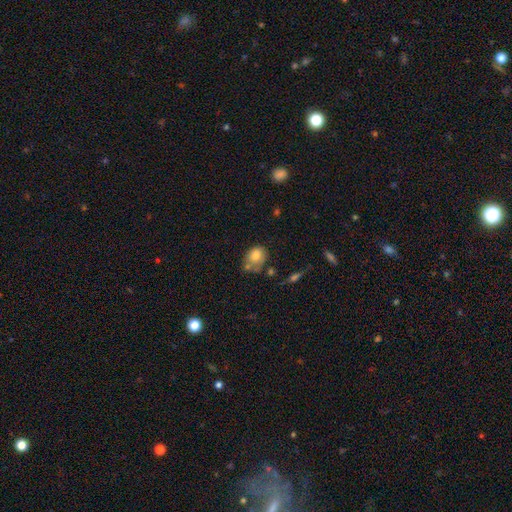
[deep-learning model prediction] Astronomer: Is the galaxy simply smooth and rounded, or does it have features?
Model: smooth — 76%.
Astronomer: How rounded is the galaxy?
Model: in between — 54% (runner-up: round, 45%).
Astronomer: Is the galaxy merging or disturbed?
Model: none — 44% (runner-up: minor disturbance, 26%).